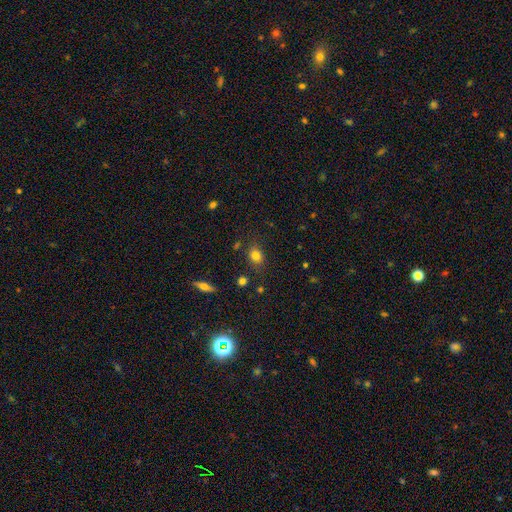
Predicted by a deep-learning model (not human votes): smooth-or-featured: smooth: 78% | star or artifact: 12% | featured or disk: 9%
  how-rounded: in between: 55% | round: 43% | cigar-shaped: 2%
  merging: none: 79% | minor disturbance: 14% | major disturbance: 4% | merger: 3%